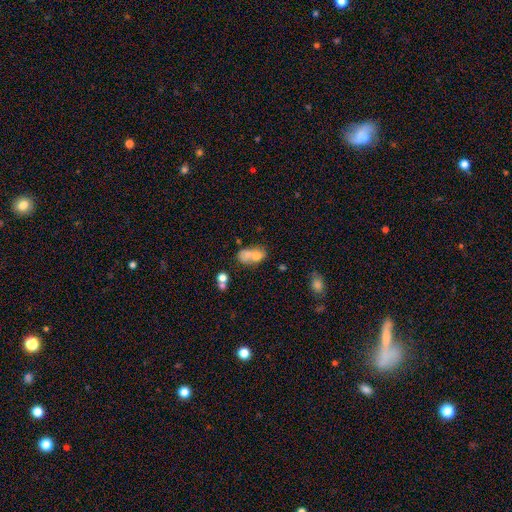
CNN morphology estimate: smooth 65%, featured or disk 23%, star or artifact 11%. Down the decision tree: how rounded — in between (69%); merging — merger (62%).